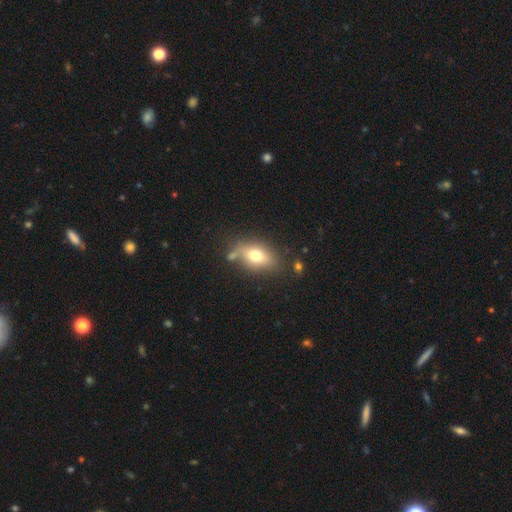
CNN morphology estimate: smooth-or-featured: smooth: 71% | featured or disk: 19% | star or artifact: 10%
  how-rounded: in between: 81% | round: 16% | cigar-shaped: 4%
  merging: none: 63% | minor disturbance: 18% | merger: 11% | major disturbance: 7%